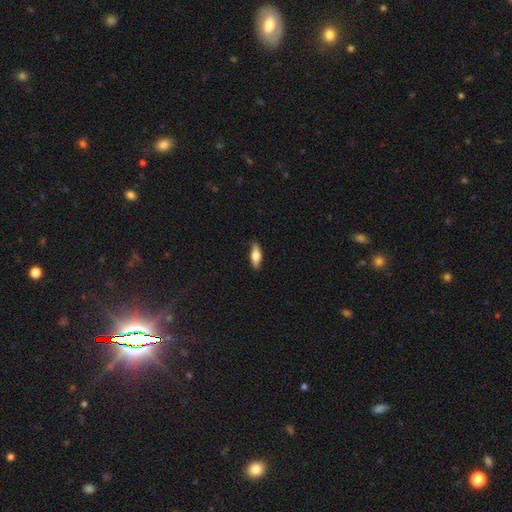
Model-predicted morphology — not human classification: This is likely a smooth galaxy (68%). How rounded: likely in between (64%). Merging: clearly none (85%).